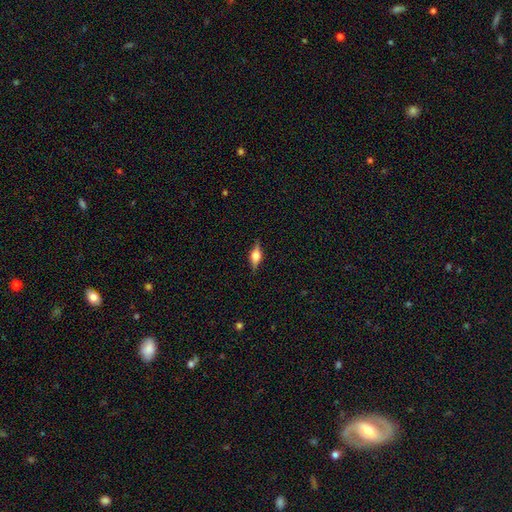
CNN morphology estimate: A featured or disk galaxy (64%) viewed edge-on (96%) with a rounded central bulge (88%).

Vote fractions:
- Smooth or featured? featured or disk: 64% / smooth: 28% / star or artifact: 8%
- Edge-on disk? yes: 96% / no: 4%
- Edge-on bulge? rounded: 88% / boxy: 10% / none: 1%
- Merging? none: 85% / minor disturbance: 11% / major disturbance: 3% / merger: 1%